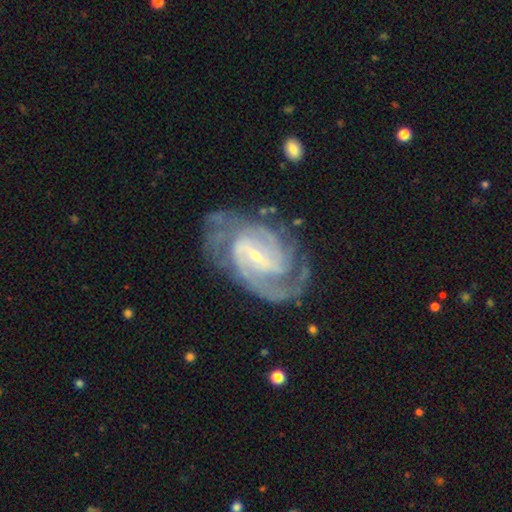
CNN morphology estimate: smooth_or_featured: featured or disk (p=0.90) [alt: smooth p=0.05]
disk_edge_on: no (p=0.97) [alt: yes p=0.03]
bar: weak (p=0.47) [alt: strong p=0.34]
has_spiral_arms: yes (p=0.97) [alt: no p=0.03]
spiral_winding: tight (p=0.51) [alt: medium p=0.41]
spiral_arm_count: 2 (p=0.35) [alt: 3 p=0.24]
bulge_size: small (p=0.78) [alt: moderate p=0.17]
merging: none (p=0.67) [alt: minor disturbance p=0.19]